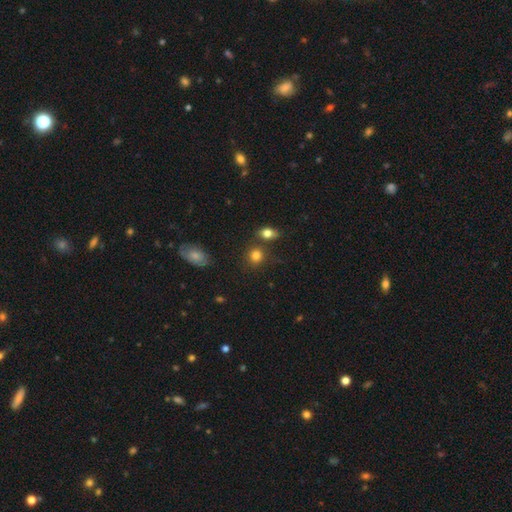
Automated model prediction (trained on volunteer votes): This is clearly a smooth galaxy (82%). How rounded: likely round (78%). Merging: likely none (73%).